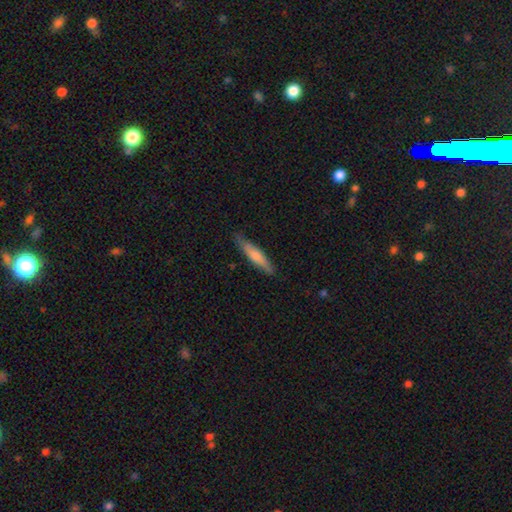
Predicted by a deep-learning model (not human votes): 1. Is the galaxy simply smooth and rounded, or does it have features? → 64% smooth, 31% featured or disk, 5% star or artifact.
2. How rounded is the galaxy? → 85% cigar-shaped, 13% in between, 1% round.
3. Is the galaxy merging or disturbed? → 81% none, 16% minor disturbance, 2% major disturbance, 1% merger.